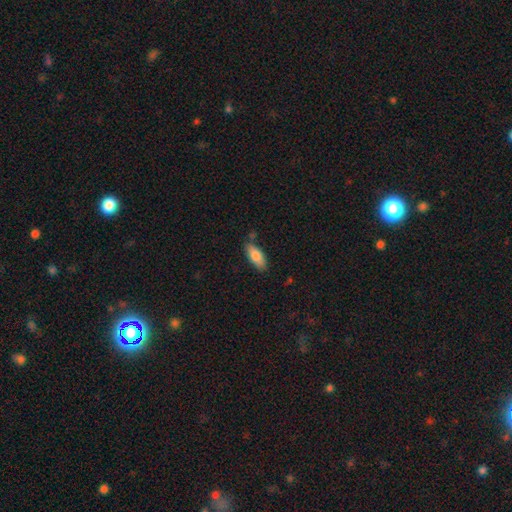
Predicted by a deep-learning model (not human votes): Q: Smooth or featured?
A: smooth (82%); runner-up: featured or disk (12%)
Q: How rounded?
A: in between (79%); runner-up: cigar-shaped (19%)
Q: Merging?
A: none (76%); runner-up: minor disturbance (16%)